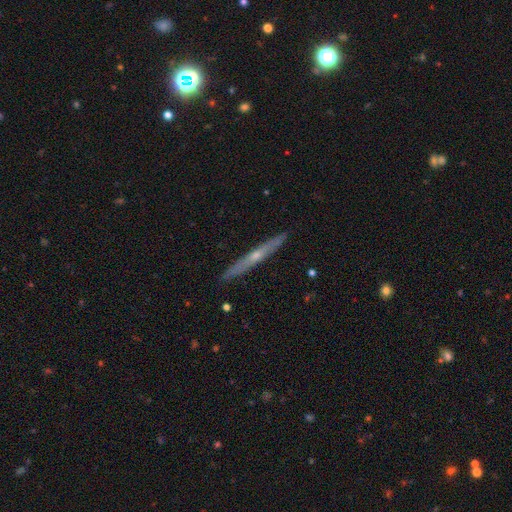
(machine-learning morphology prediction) The model was most divided on "edge-on bulge": rounded: 64%, none: 33%, boxy: 3%. More confident: edge-on disk — yes (97%); merging — none (91%); smooth or featured — featured or disk (68%).